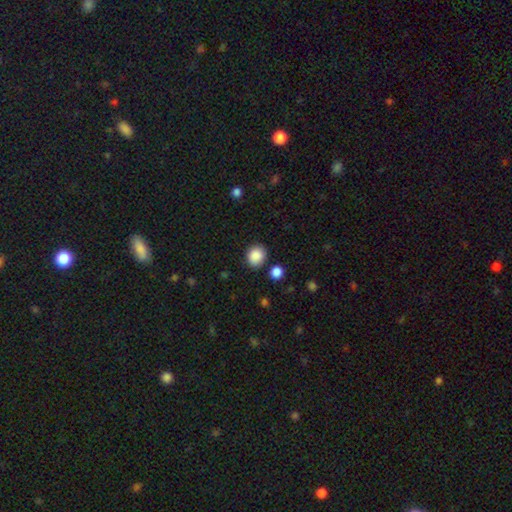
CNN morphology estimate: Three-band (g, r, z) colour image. It shows a smooth galaxy with no disk features (88%) that is round (69%). Merging: none (83%).